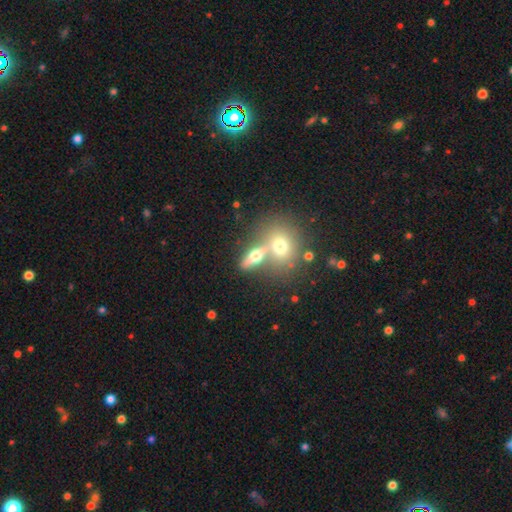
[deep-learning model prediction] This appears to be a smooth galaxy with no disk features (53%) that is in between round and cigar-shaped (51%). Merging: merger (44%).